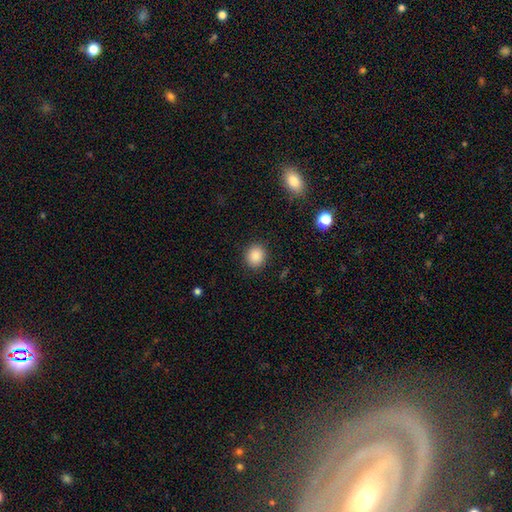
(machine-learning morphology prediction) smooth 87%, star or artifact 9%, featured or disk 3%. Down the decision tree: how rounded — round (83%); merging — none (90%).